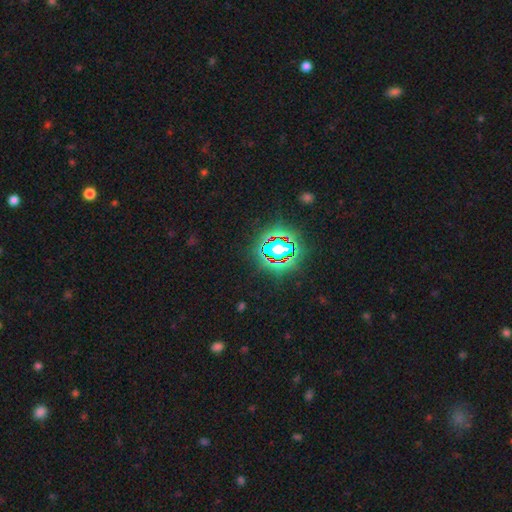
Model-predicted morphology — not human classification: A star or artifact, not a galaxy (85%).

Vote fractions:
- Smooth or featured? star or artifact: 85% / smooth: 9% / featured or disk: 6%